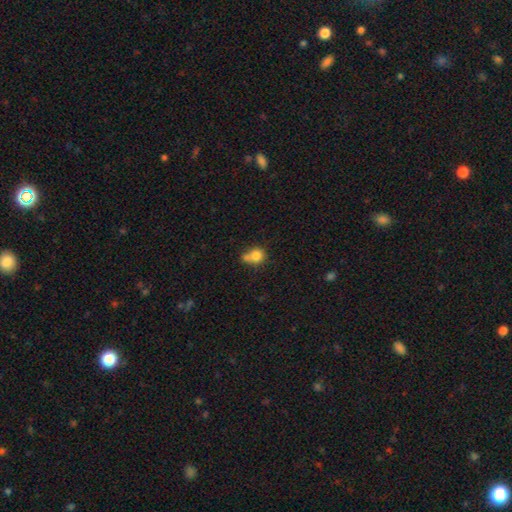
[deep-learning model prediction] Morphology: type=smooth (79%); roundness=round (75%); merging=merger (39%, tied with none).